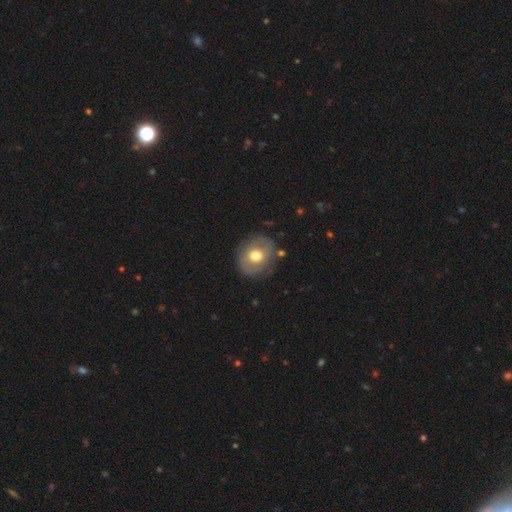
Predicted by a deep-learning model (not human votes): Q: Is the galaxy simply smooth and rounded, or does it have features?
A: smooth — 59%.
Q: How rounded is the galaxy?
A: round — 71%.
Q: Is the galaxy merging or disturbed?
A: none — 80%.